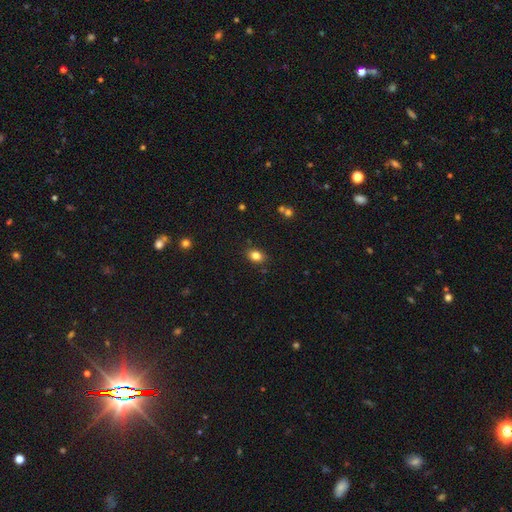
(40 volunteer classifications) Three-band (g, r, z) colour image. It shows a smooth galaxy with no disk features (78%) that is in between round and cigar-shaped (65%). Merging: none (84%).